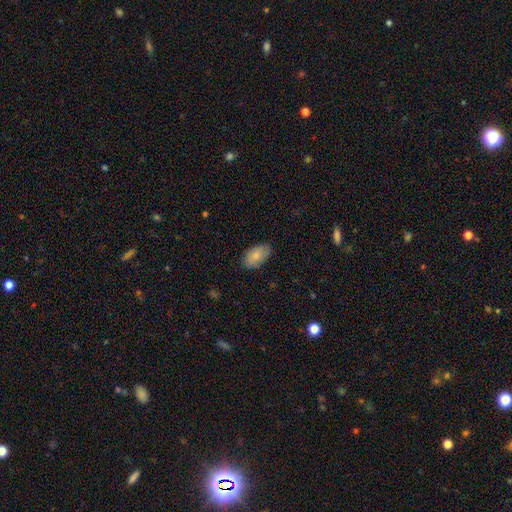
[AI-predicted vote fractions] This appears to be a smooth galaxy with no disk features (80%) that is in between round and cigar-shaped (94%). Merging: none (79%).